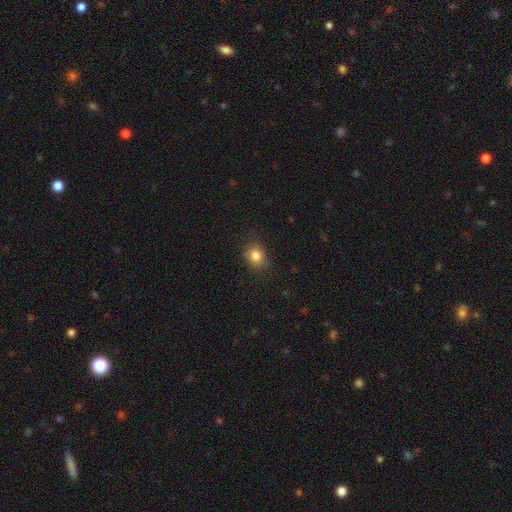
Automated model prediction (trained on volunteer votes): smooth-or-featured: smooth: 84% | star or artifact: 11% | featured or disk: 6%
  how-rounded: round: 61% | in between: 38% | cigar-shaped: 1%
  merging: none: 81% | minor disturbance: 14% | major disturbance: 4% | merger: 1%